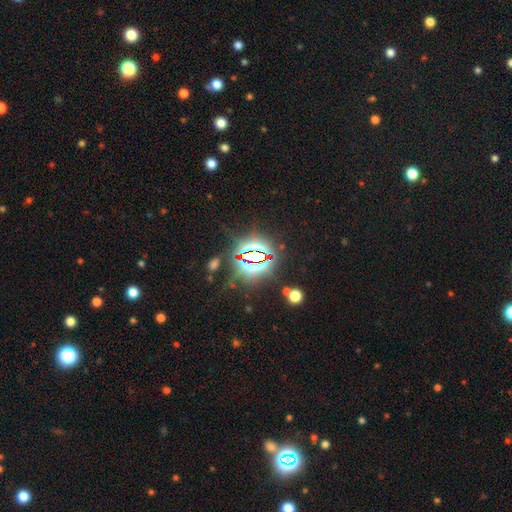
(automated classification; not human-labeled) smooth-or-featured: star or artifact: 84% | smooth: 10% | featured or disk: 7%